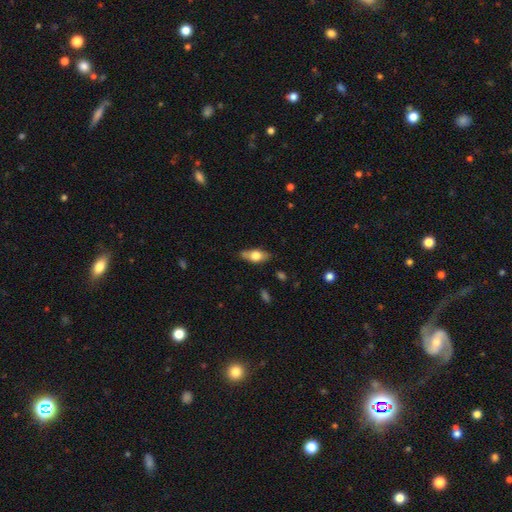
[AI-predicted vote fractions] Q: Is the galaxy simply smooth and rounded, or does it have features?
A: smooth — 60%.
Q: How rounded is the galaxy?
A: in between — 77%.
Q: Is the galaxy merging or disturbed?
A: none — 77%.